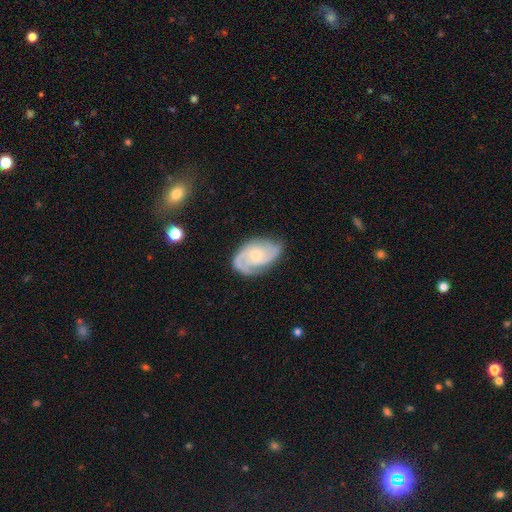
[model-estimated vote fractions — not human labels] Overall: featured or disk (82%). Edge-on disk: no (97%). Bar: no (71%). Spiral arms: yes (95%). Spiral arm count: 2 (51%; 3 22%). Spiral winding: tight (49%; medium 40%). Bulge size: moderate (54%; small 40%). Merging: none (69%).